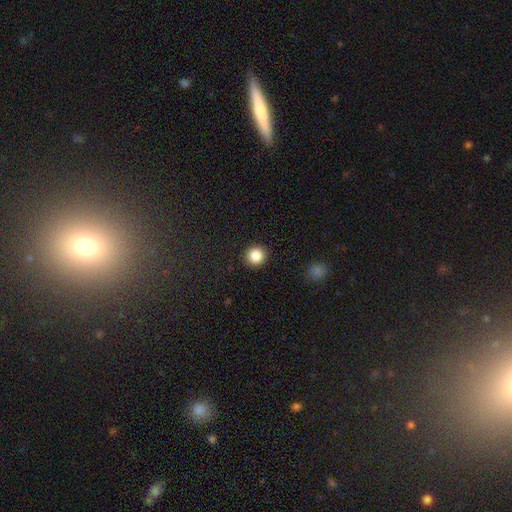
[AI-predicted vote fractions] A smooth galaxy with no disk features (86%) that is round (91%). Merging: none (92%).